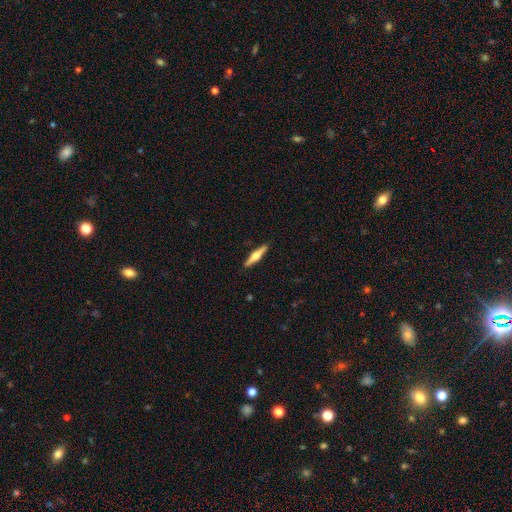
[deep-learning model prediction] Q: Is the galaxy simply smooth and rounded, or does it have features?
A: featured or disk — 60%.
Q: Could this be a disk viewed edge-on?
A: yes — 97%.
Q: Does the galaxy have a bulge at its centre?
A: rounded — 91%.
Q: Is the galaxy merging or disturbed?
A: none — 91%.